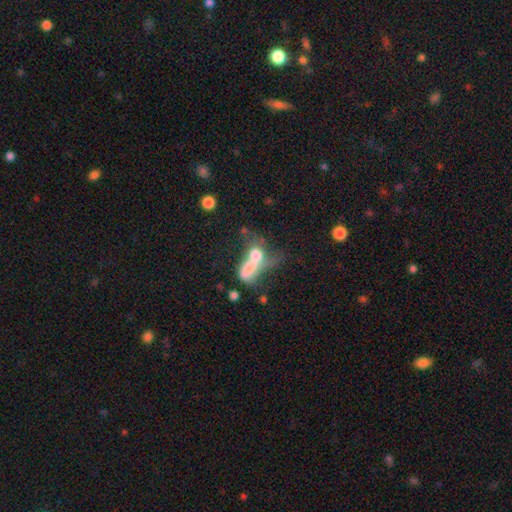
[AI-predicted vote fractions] Smooth or featured? Predicted: smooth (p=0.59). How rounded? Predicted: in between (p=0.67). Merging? Predicted: merger (p=0.64).